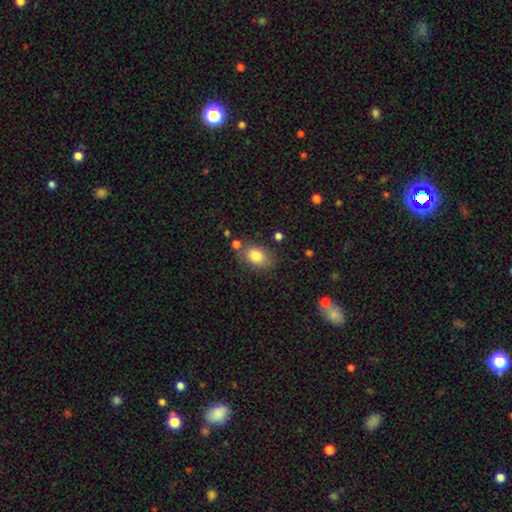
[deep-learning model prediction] smooth-or-featured: smooth: 81% | featured or disk: 10% | star or artifact: 9%
  how-rounded: in between: 75% | round: 24% | cigar-shaped: 1%
  merging: none: 70% | minor disturbance: 17% | merger: 8% | major disturbance: 5%